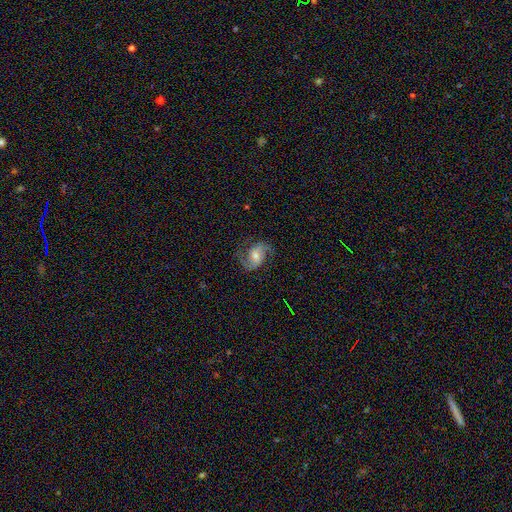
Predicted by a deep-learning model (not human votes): This is clearly a featured or disk galaxy (82%). It is clearly not viewed edge-on (98%). Bar: possibly weak (46%). Spiral arm pattern: clearly yes (96%). Spiral arm count: clearly 2 (90%). Spiral winding: possibly medium (51%). Central bulge: possibly moderate (54%). Merging: likely none (74%).